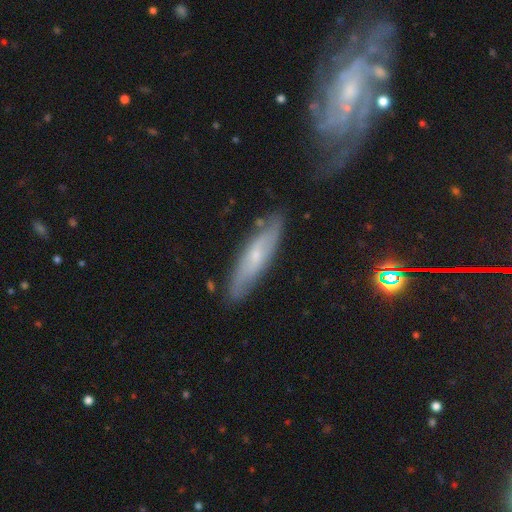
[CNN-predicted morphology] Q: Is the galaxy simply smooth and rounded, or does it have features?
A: featured or disk — 56%.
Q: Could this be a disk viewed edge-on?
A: no — 50%, tied with yes.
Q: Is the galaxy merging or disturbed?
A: none — 79%.